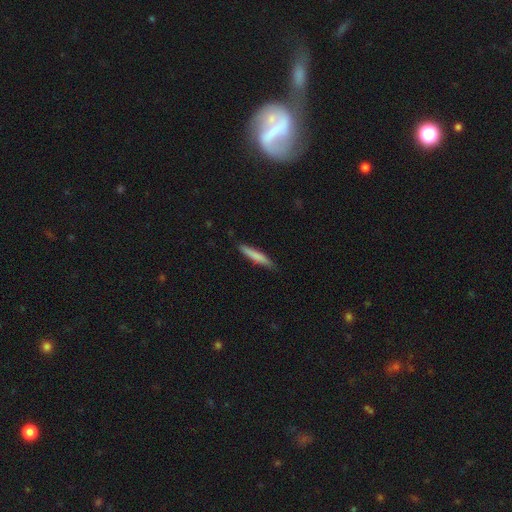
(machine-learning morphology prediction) Smooth or featured? Predicted: smooth (p=0.78). How rounded? Predicted: cigar-shaped (p=0.92). Merging? Predicted: none (p=0.84).